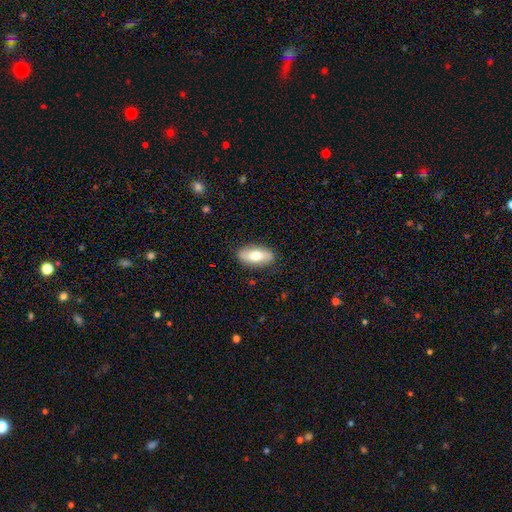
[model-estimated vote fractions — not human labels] Q: Smooth or featured?
A: smooth (69%); runner-up: featured or disk (25%)
Q: How rounded?
A: in between (89%); runner-up: cigar-shaped (8%)
Q: Merging?
A: none (86%); runner-up: minor disturbance (11%)